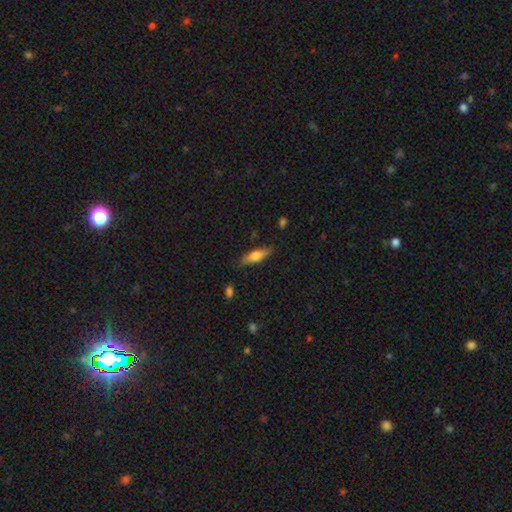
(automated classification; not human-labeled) Overall: smooth (65%; featured or disk 29%). How rounded: cigar-shaped (57%; in between 41%). Merging: none (82%).